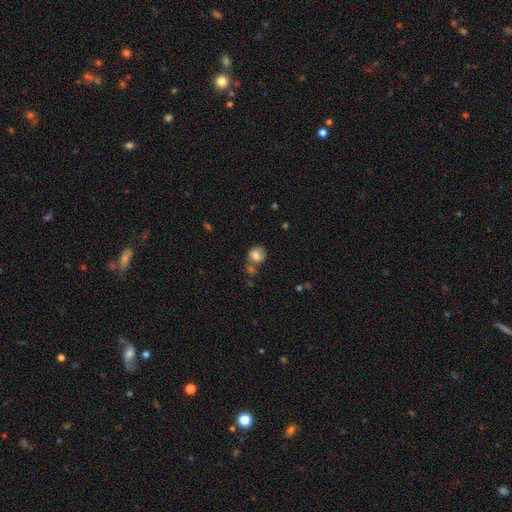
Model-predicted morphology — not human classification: Smooth or featured: smooth — 71% (featured or disk — 19%)
How rounded: round — 68% (in between — 31%)
Merging: none — 46% (merger — 26%)